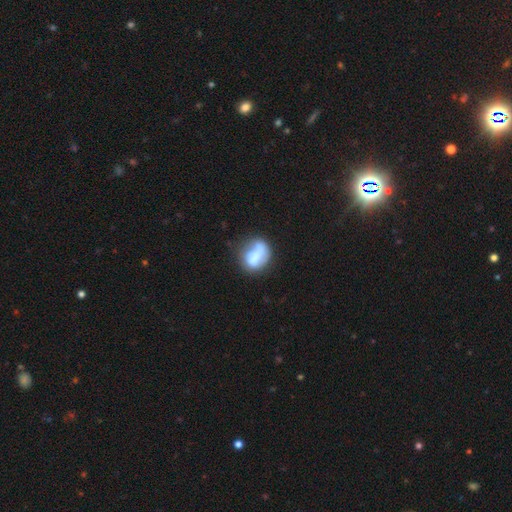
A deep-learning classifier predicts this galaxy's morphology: Smooth or featured? smooth (61%)
How rounded? in between (54%)
Merging? none (42%)